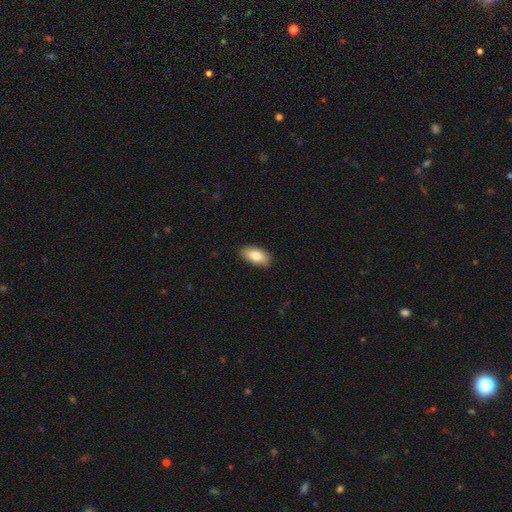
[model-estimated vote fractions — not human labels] This is likely a smooth galaxy (80%). How rounded: clearly in between (90%). Merging: clearly none (87%).